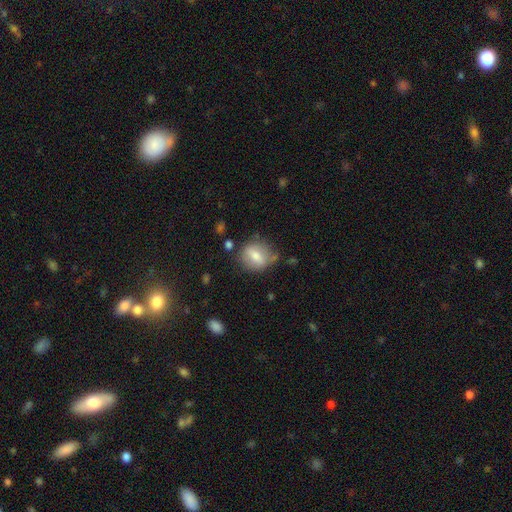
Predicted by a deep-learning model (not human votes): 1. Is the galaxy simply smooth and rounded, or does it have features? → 69% smooth, 23% featured or disk, 8% star or artifact.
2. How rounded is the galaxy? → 62% round, 35% in between, 2% cigar-shaped.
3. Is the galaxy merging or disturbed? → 69% none, 19% minor disturbance, 6% major disturbance, 5% merger.